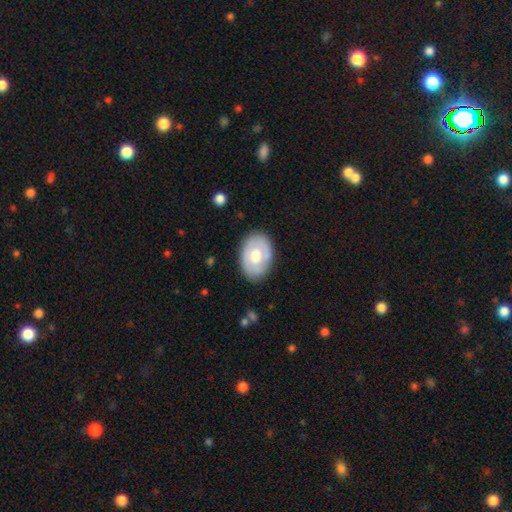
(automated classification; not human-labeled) smooth_or_featured: featured or disk (p=0.52) [alt: smooth p=0.43]
disk_edge_on: no (p=0.93) [alt: yes p=0.07]
merging: none (p=0.81) [alt: minor disturbance p=0.14]